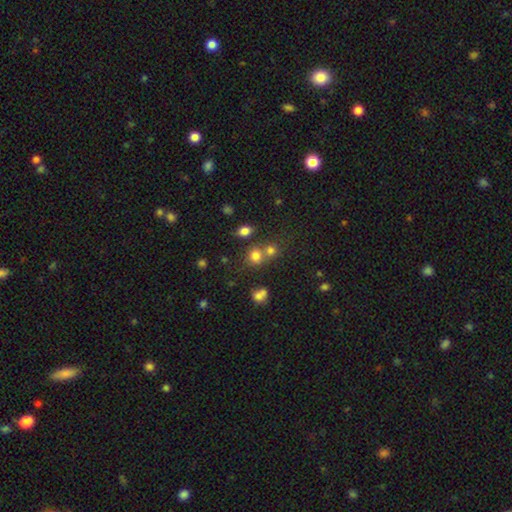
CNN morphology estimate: type=smooth (74%); roundness=round (75%); merging=none (56%).